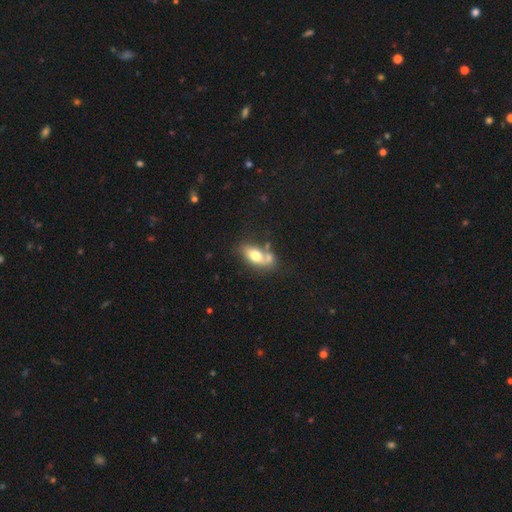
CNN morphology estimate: Smooth or featured?
  - smooth: 67% *
  - featured or disk: 25%
  - star or artifact: 7%
How rounded?
  - in between: 83% *
  - cigar-shaped: 10%
  - round: 7%
Merging?
  - none: 40% *
  - merger: 36%
  - minor disturbance: 16%
  - major disturbance: 7%